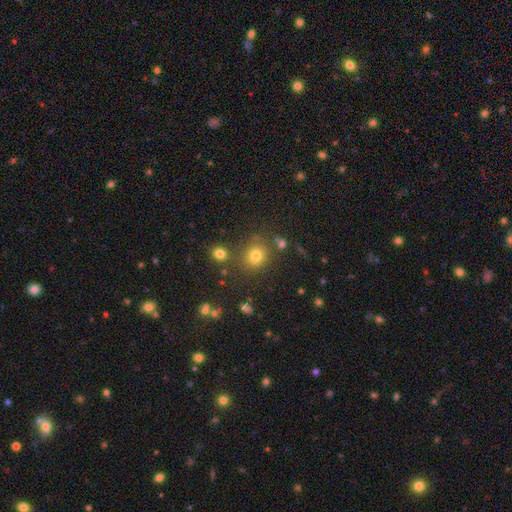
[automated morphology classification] A smooth galaxy with no disk features (71%) that is round (77%).

Vote fractions:
- Smooth or featured? smooth: 71% / star or artifact: 20% / featured or disk: 9%
- How rounded? round: 77% / in between: 22% / cigar-shaped: 1%
- Merging? none: 75% / minor disturbance: 11% / merger: 9% / major disturbance: 4%